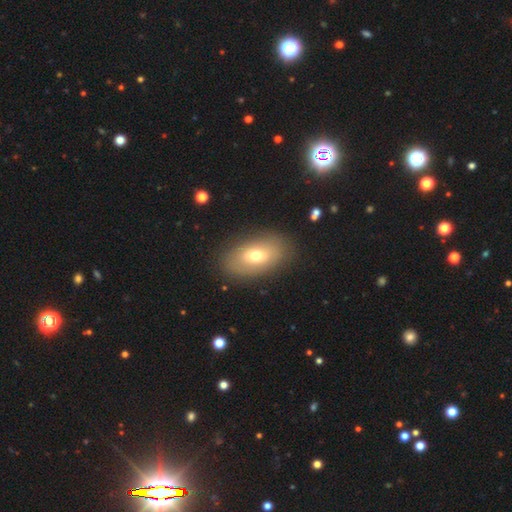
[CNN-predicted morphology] smooth-or-featured: smooth: 65% | featured or disk: 26% | star or artifact: 9%
  how-rounded: in between: 90% | round: 7% | cigar-shaped: 3%
  merging: none: 84% | minor disturbance: 11% | major disturbance: 4% | merger: 1%